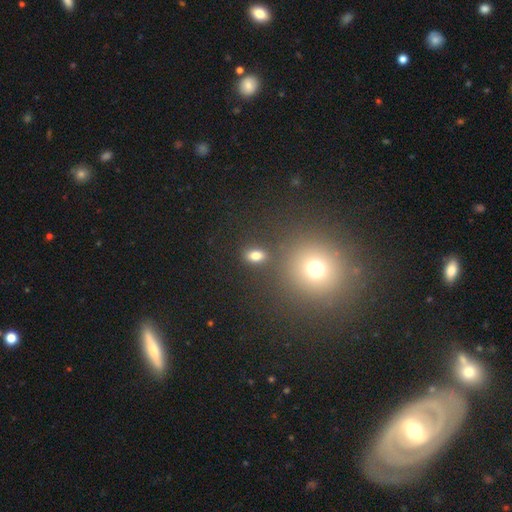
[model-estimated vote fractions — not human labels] Smooth or featured?
  - smooth: 79% *
  - star or artifact: 14%
  - featured or disk: 7%
How rounded?
  - in between: 77% *
  - round: 20%
  - cigar-shaped: 2%
Merging?
  - none: 80% *
  - minor disturbance: 9%
  - merger: 8%
  - major disturbance: 4%